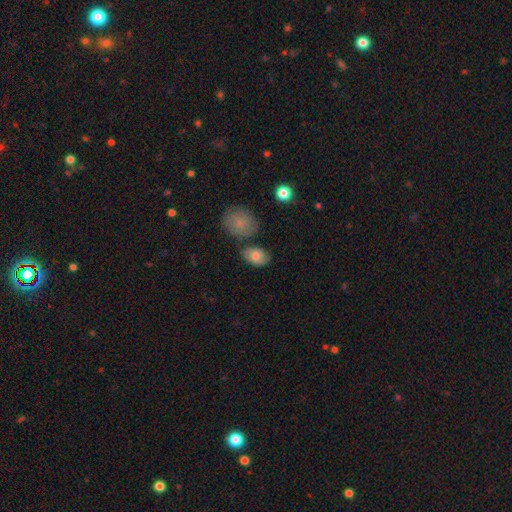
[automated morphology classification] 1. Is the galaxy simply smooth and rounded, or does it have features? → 80% smooth, 13% featured or disk, 7% star or artifact.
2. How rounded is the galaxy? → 86% in between, 13% round, 1% cigar-shaped.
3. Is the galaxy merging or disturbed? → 68% none, 16% minor disturbance, 12% merger, 4% major disturbance.